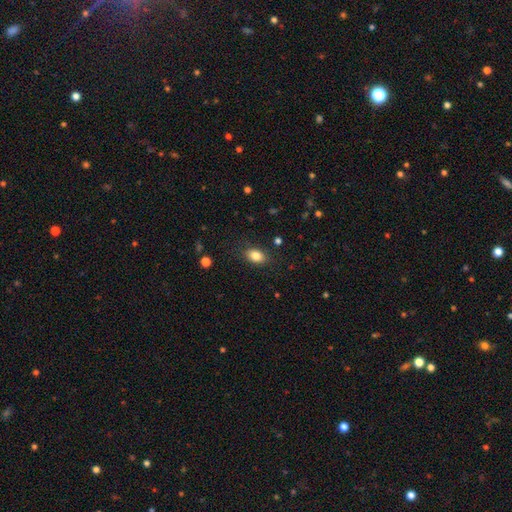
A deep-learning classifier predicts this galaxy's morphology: Smooth or featured: smooth — 83% (star or artifact — 9%)
How rounded: in between — 81% (round — 18%)
Merging: none — 84% (minor disturbance — 11%)